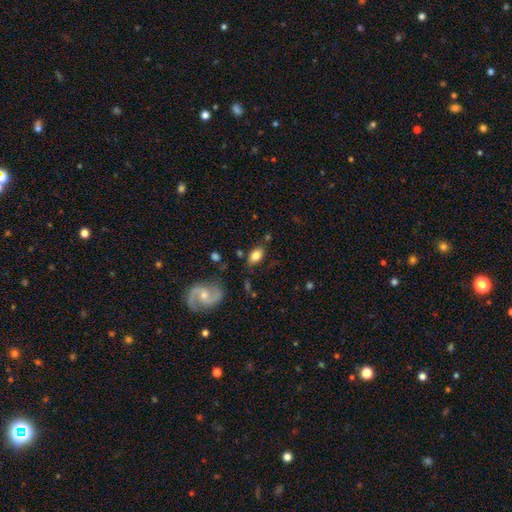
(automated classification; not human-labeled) Q: Smooth or featured?
A: smooth (74%); runner-up: featured or disk (18%)
Q: How rounded?
A: in between (88%); runner-up: round (10%)
Q: Merging?
A: none (75%); runner-up: minor disturbance (17%)